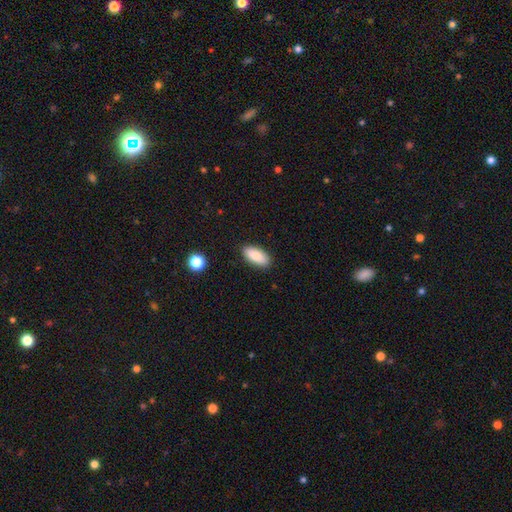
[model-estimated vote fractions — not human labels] Overall: smooth (83%). How rounded: in between (89%). Merging: none (88%).